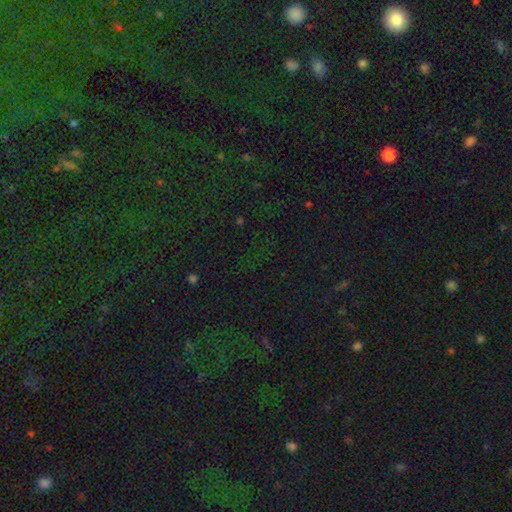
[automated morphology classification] This appears to be a star or artifact, not a galaxy (80%).